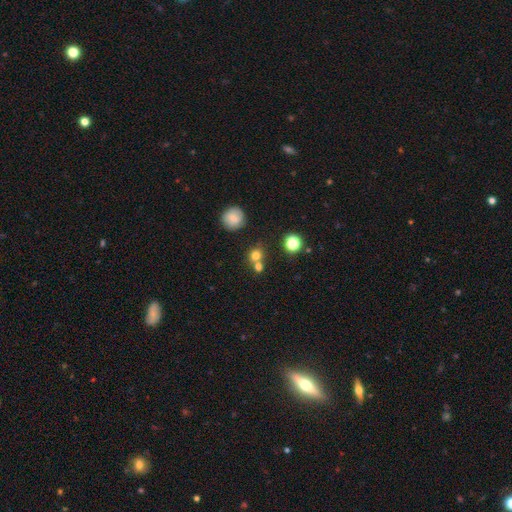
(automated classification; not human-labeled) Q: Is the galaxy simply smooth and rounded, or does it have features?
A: smooth — 73%.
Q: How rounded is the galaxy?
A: round — 81%.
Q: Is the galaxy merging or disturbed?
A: none — 51%.